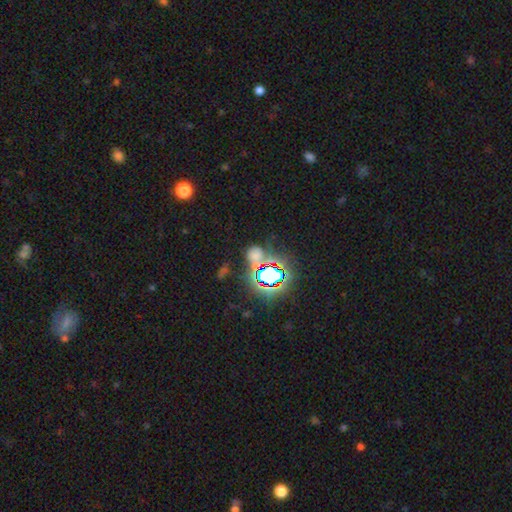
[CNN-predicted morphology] This appears to be a star or artifact, not a galaxy (51%).